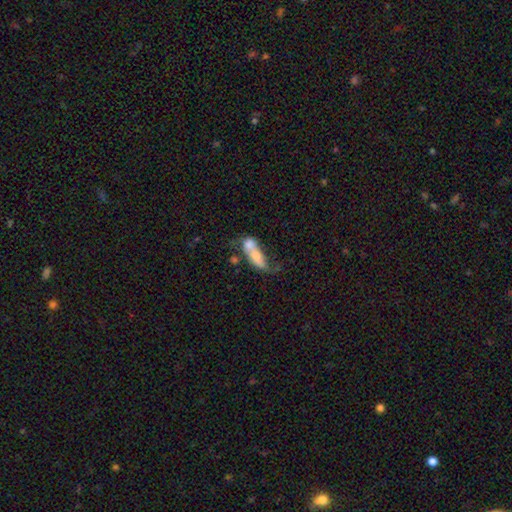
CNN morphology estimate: smooth-or-featured: smooth: 53% | featured or disk: 38% | star or artifact: 9%
  how-rounded: in between: 62% | cigar-shaped: 32% | round: 5%
  merging: merger: 57% | none: 18% | major disturbance: 14% | minor disturbance: 11%